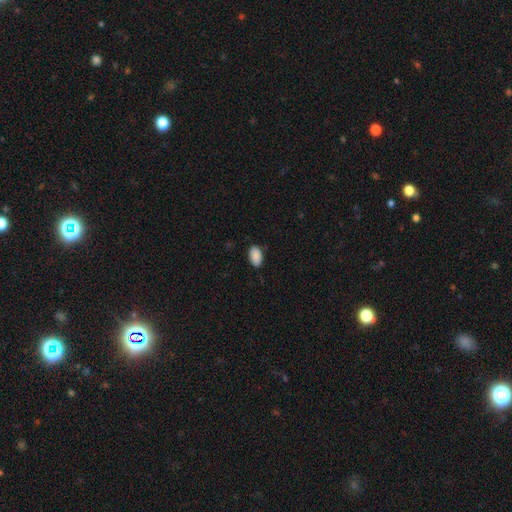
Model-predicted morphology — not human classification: smooth-or-featured: smooth: 89% | star or artifact: 7% | featured or disk: 4%
  how-rounded: in between: 94% | round: 5% | cigar-shaped: 1%
  merging: none: 82% | minor disturbance: 15% | major disturbance: 2% | merger: 1%